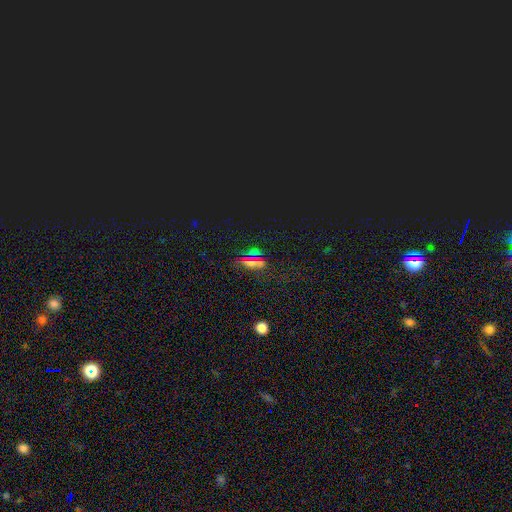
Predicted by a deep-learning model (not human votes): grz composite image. It shows a star or artifact, not a galaxy (50%).